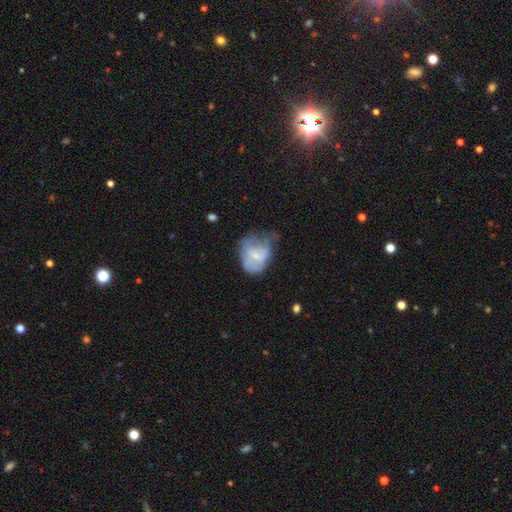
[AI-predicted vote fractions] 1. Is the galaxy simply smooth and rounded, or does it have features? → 48% featured or disk, 43% smooth, 9% star or artifact.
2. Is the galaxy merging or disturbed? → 34% major disturbance, 33% minor disturbance, 29% none, 4% merger.